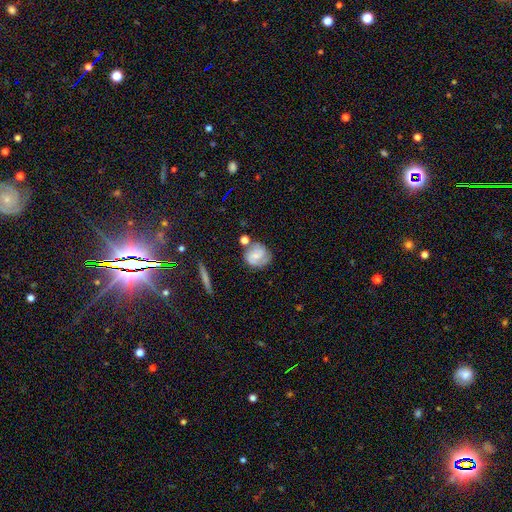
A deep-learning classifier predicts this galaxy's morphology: This is possibly a featured or disk galaxy (51%). It is clearly not viewed edge-on (96%). Merging: possibly none (57%).